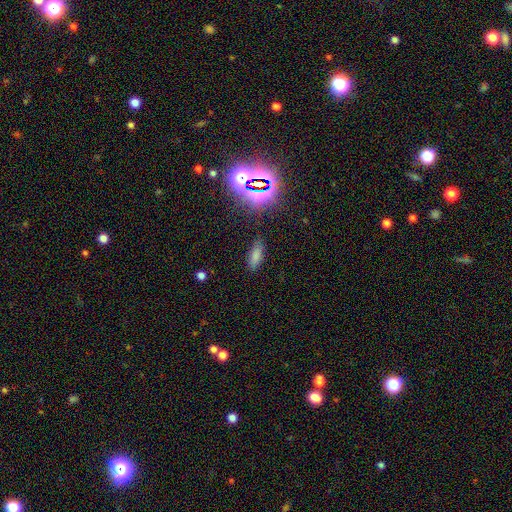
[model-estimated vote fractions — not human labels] Q: Smooth or featured?
A: smooth (74%); runner-up: star or artifact (18%)
Q: How rounded?
A: in between (67%); runner-up: cigar-shaped (29%)
Q: Merging?
A: none (82%); runner-up: minor disturbance (12%)